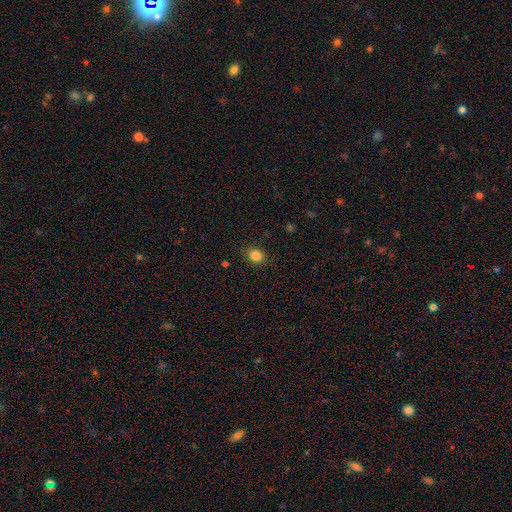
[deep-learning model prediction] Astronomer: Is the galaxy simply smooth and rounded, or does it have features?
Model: smooth — 83%.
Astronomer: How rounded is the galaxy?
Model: round — 64%.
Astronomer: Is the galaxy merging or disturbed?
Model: none — 88%.